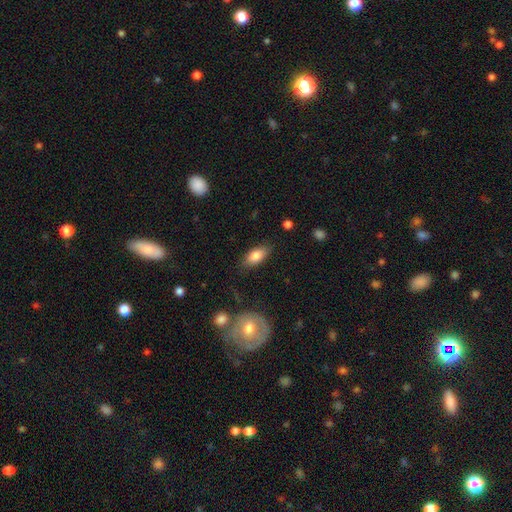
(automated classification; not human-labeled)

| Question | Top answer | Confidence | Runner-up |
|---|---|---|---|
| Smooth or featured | smooth | 80% | featured or disk (12%) |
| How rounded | in between | 86% | cigar-shaped (10%) |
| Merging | none | 82% | minor disturbance (13%) |